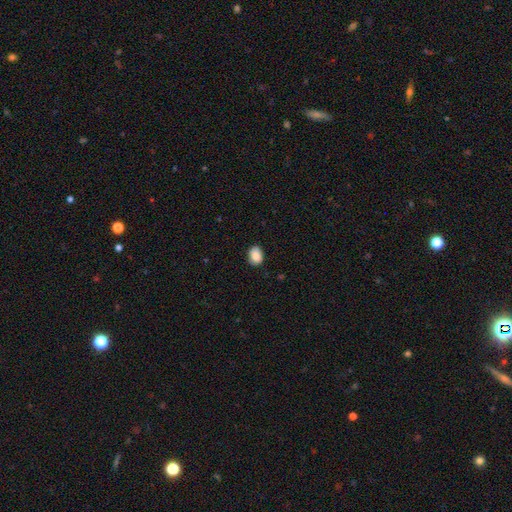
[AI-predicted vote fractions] Morphology: type=smooth (88%); roundness=in between (65%); merging=none (85%).